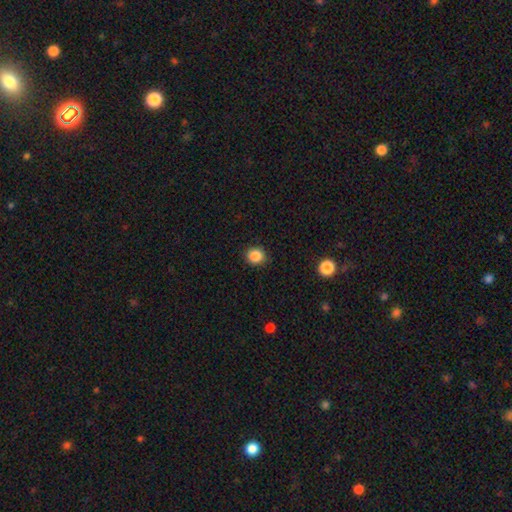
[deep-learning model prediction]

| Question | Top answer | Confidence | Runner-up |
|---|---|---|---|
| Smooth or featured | smooth | 86% | star or artifact (11%) |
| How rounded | round | 84% | in between (15%) |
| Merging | none | 90% | minor disturbance (7%) |